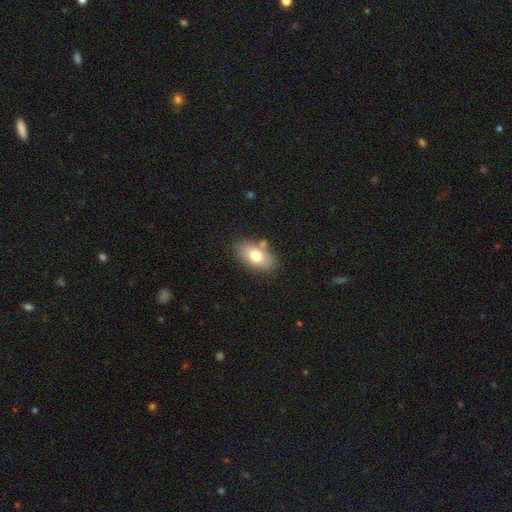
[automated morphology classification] A smooth galaxy with no disk features (73%) that is in between round and cigar-shaped (90%).

Vote fractions:
- Smooth or featured? smooth: 73% / featured or disk: 19% / star or artifact: 8%
- How rounded? in between: 90% / round: 7% / cigar-shaped: 3%
- Merging? none: 74% / minor disturbance: 15% / merger: 8% / major disturbance: 4%